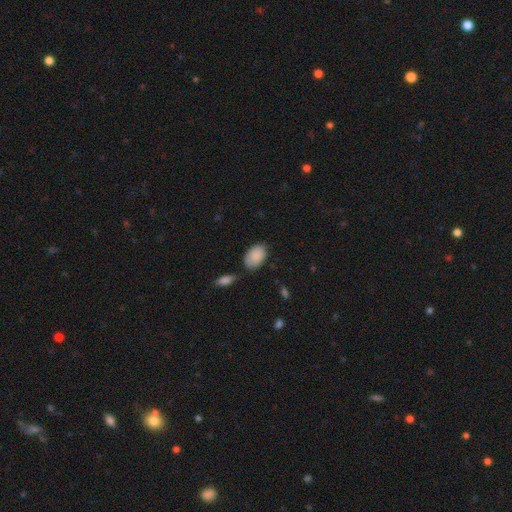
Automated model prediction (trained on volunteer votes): The model was most divided on "merging": none: 68%, minor disturbance: 21%, merger: 6%, major disturbance: 5%. More confident: how rounded — in between (89%); smooth or featured — smooth (88%).